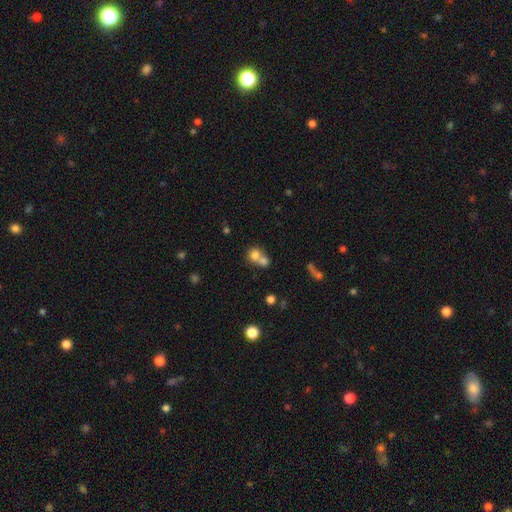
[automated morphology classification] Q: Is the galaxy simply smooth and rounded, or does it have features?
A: smooth — 74%.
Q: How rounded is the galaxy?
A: round — 79%.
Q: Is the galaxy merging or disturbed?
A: merger — 60%.